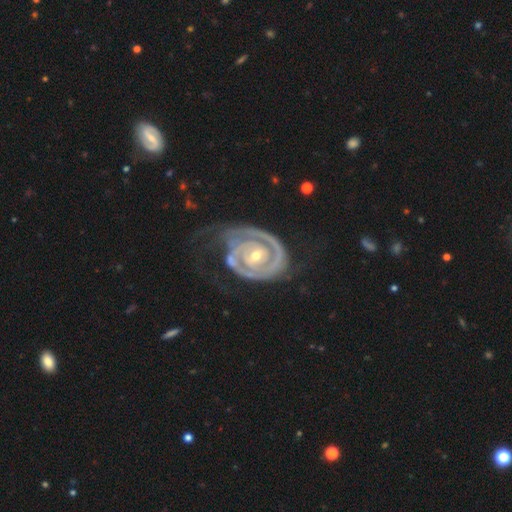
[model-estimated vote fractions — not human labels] The model was most divided on "bulge size": small: 57%, moderate: 39%, large: 2%, none: 1%, dominant: 1%. Remaining: edge-on disk — no (97%); spiral arms — yes (95%); smooth or featured — featured or disk (91%); spiral winding — tight (76%); bar — no (62%); spiral arm count — 2 (48%); merging — none (47%).